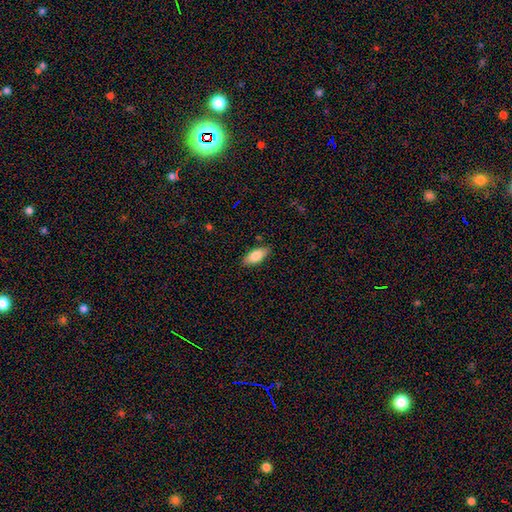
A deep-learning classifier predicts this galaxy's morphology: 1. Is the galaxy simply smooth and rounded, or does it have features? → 81% smooth, 13% featured or disk, 6% star or artifact.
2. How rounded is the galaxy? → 84% in between, 14% cigar-shaped, 2% round.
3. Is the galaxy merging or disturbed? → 86% none, 11% minor disturbance, 2% major disturbance, 1% merger.